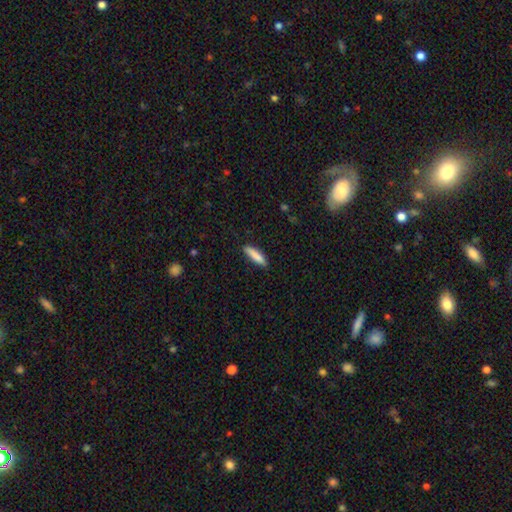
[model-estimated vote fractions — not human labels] Smooth or featured: smooth — 84% (featured or disk — 9%)
How rounded: cigar-shaped — 80% (in between — 18%)
Merging: none — 86% (minor disturbance — 11%)